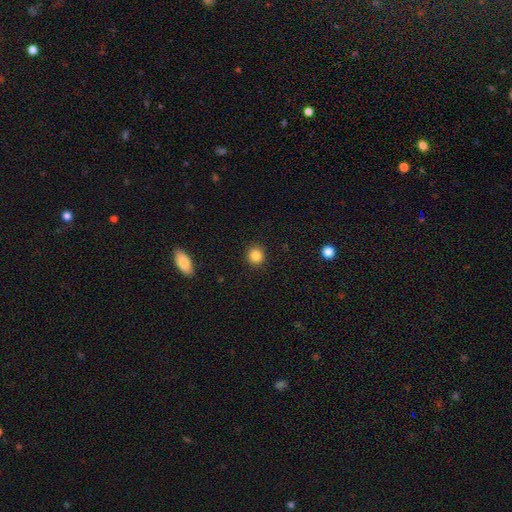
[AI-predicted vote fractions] Overall: smooth (86%). How rounded: round (90%). Merging: none (91%).